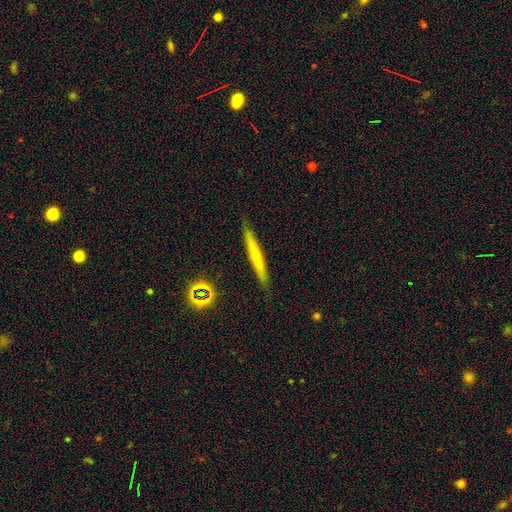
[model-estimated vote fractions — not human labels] Smooth or featured? Predicted: smooth (p=0.59). How rounded? Predicted: cigar-shaped (p=0.96). Merging? Predicted: none (p=0.88).